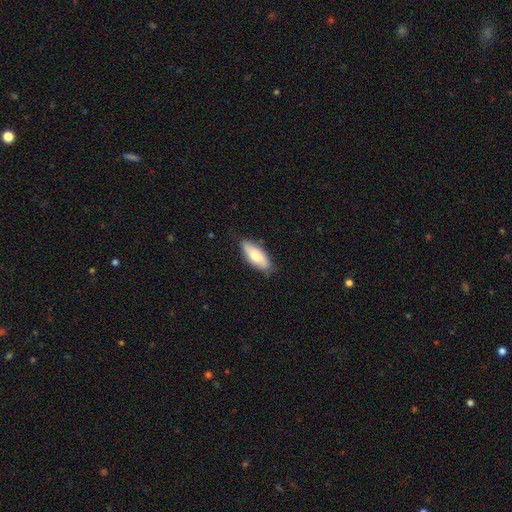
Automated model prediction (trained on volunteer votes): Smooth or featured? Predicted: smooth (p=0.68). How rounded? Predicted: in between (p=0.76). Merging? Predicted: none (p=0.80).